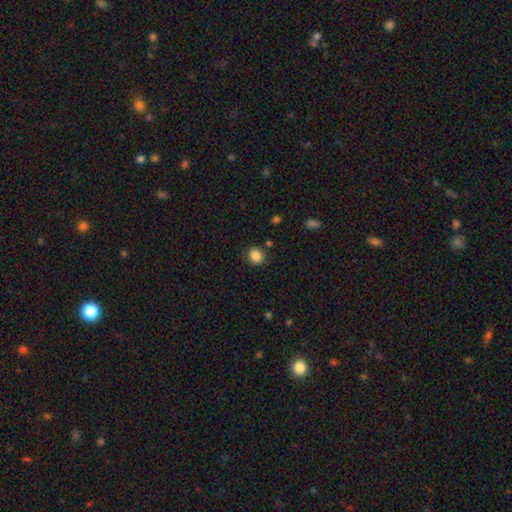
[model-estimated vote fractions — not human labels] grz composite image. It shows a smooth galaxy with no disk features (86%) that is round (73%). Merging: none (84%).